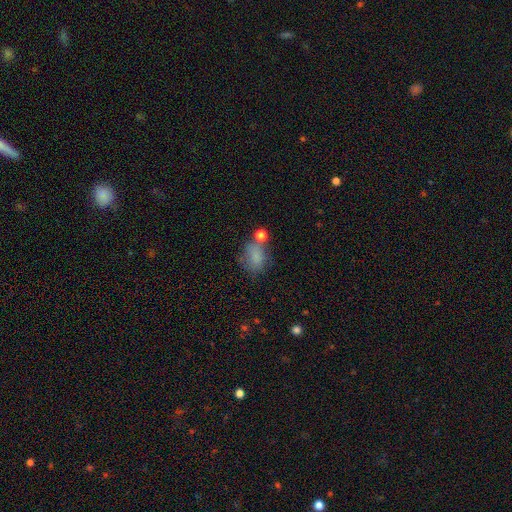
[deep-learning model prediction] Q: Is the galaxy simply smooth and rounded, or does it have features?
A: smooth — 75%.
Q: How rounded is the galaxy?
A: in between — 69%.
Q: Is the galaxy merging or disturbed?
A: none — 44%.